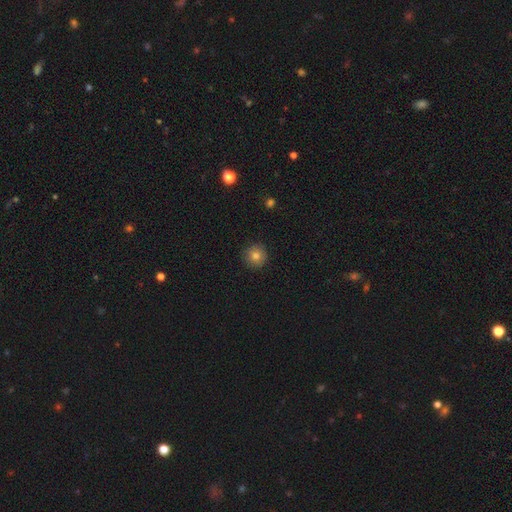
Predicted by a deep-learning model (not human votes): smooth-or-featured: smooth: 80% | star or artifact: 11% | featured or disk: 8%
  how-rounded: round: 94% | in between: 5% | cigar-shaped: 1%
  merging: none: 91% | minor disturbance: 6% | major disturbance: 2% | merger: 1%